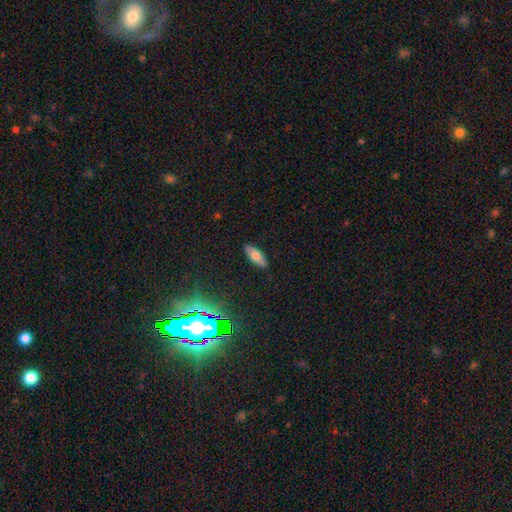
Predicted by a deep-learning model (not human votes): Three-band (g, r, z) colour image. It shows a smooth galaxy with no disk features (67%) that is in between round and cigar-shaped (75%). Merging: none (87%).